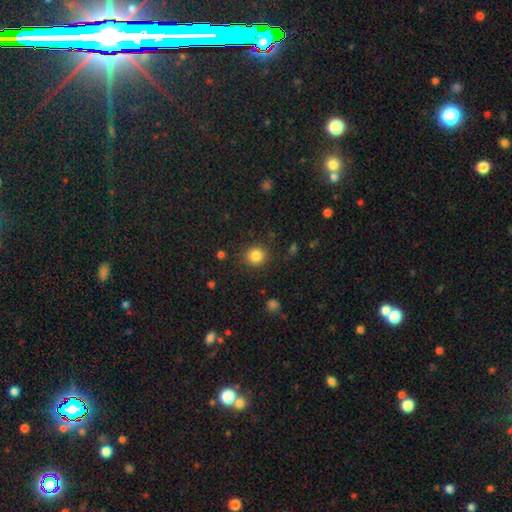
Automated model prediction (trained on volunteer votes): Smooth or featured: smooth — 84% (star or artifact — 11%)
How rounded: round — 88% (in between — 11%)
Merging: none — 89% (minor disturbance — 7%)